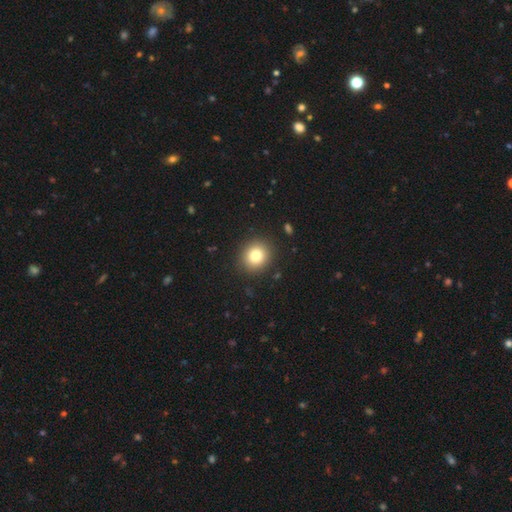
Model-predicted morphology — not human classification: The model was most divided on "how rounded": round: 84%, in between: 15%, cigar-shaped: 1%. More confident: merging — none (90%); smooth or featured — smooth (81%).